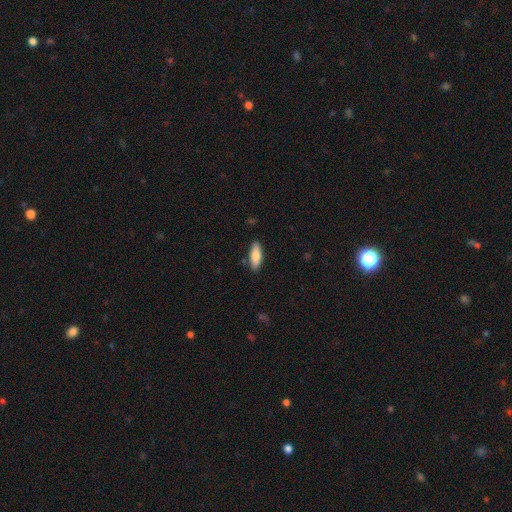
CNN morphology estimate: Smooth or featured? smooth (81%)
How rounded? in between (62%)
Merging? none (86%)